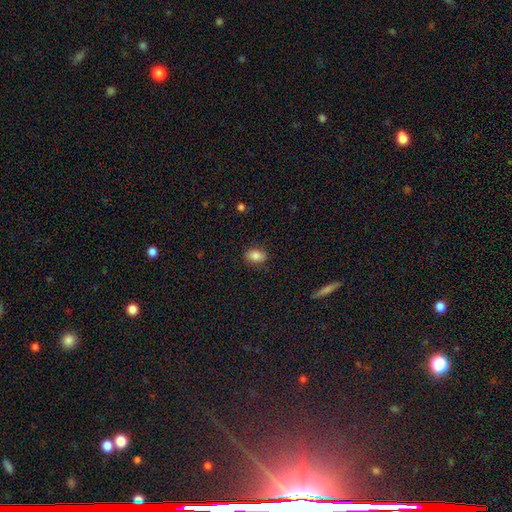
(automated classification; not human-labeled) The model was most divided on "how rounded": in between: 83%, round: 15%, cigar-shaped: 2%. More confident: merging — none (86%); smooth or featured — smooth (85%).